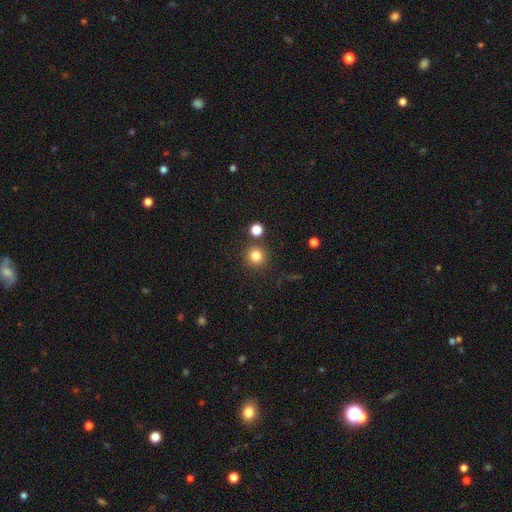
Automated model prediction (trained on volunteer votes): A smooth galaxy with no disk features (83%) that is round (95%).

Vote fractions:
- Smooth or featured? smooth: 83% / star or artifact: 13% / featured or disk: 5%
- How rounded? round: 95% / in between: 5% / cigar-shaped: 1%
- Merging? none: 84% / merger: 7% / minor disturbance: 7% / major disturbance: 3%